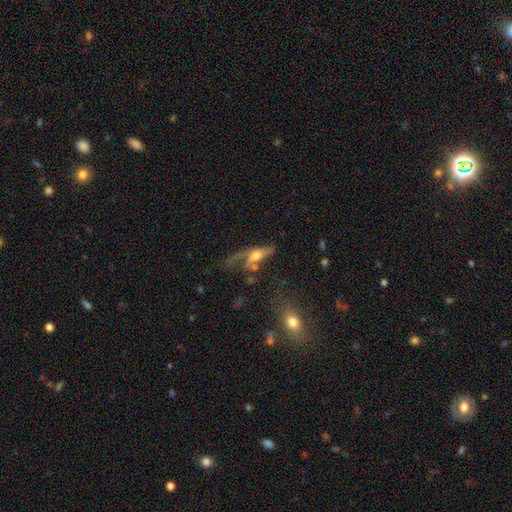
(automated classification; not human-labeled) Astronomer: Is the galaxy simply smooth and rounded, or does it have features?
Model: featured or disk — 53% (runner-up: smooth, 37%).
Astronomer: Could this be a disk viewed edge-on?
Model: no — 53% (runner-up: yes, 47%).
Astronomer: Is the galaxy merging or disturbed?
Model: major disturbance — 37% (runner-up: none, 28%).